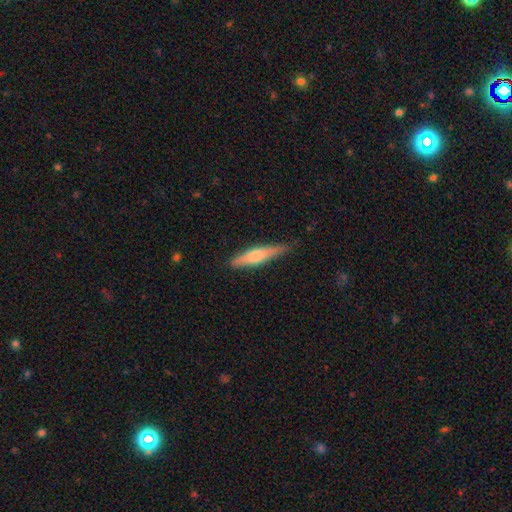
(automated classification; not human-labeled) smooth-or-featured: smooth: 57% | featured or disk: 37% | star or artifact: 6%
  how-rounded: cigar-shaped: 83% | in between: 15% | round: 2%
  merging: none: 80% | minor disturbance: 16% | major disturbance: 3% | merger: 1%